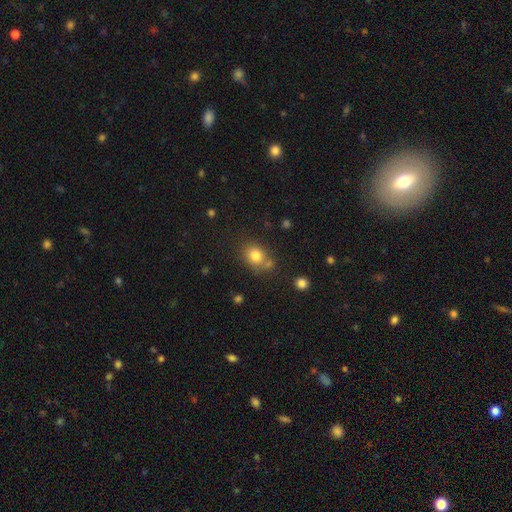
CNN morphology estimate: The model was most divided on "how rounded": round: 62%, in between: 37%, cigar-shaped: 1%. More confident: smooth or featured — smooth (81%); merging — none (64%).